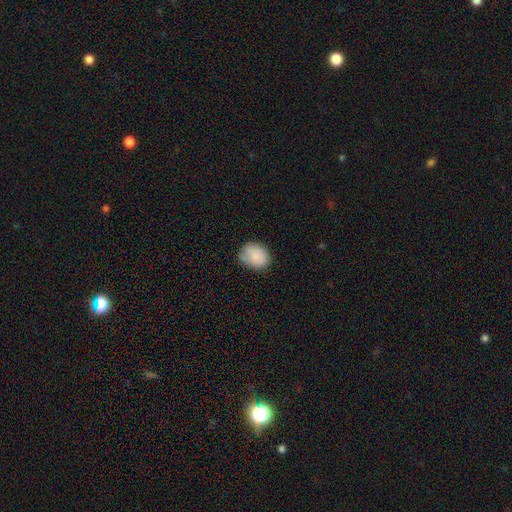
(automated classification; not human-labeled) smooth_or_featured: smooth (p=0.85) [alt: featured or disk p=0.08]
how_rounded: round (p=0.53) [alt: in between p=0.46]
merging: none (p=0.71) [alt: minor disturbance p=0.23]